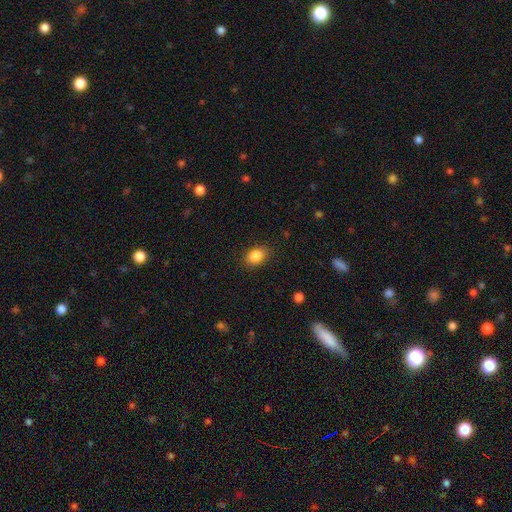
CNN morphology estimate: A smooth galaxy with no disk features (86%) that is in between round and cigar-shaped (72%). Merging: none (85%).